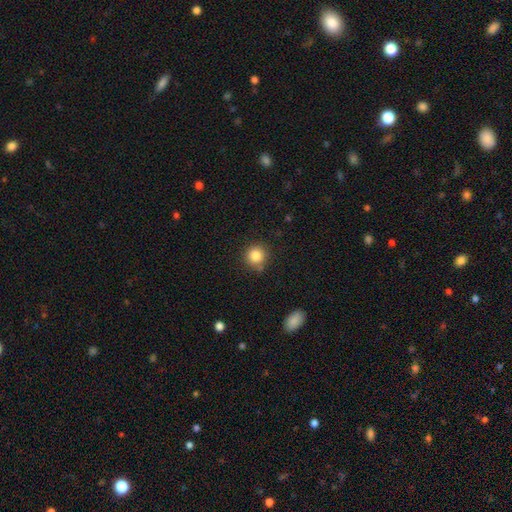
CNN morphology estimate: The model was most divided on "merging": none: 80%, minor disturbance: 13%, merger: 4%, major disturbance: 3%. More confident: how rounded — round (92%); smooth or featured — smooth (84%).